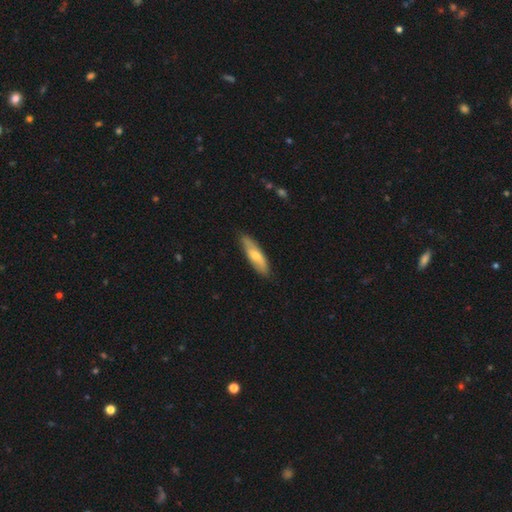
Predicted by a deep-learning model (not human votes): This is likely a smooth galaxy (61%). How rounded: possibly cigar-shaped (57%). Merging: clearly none (82%).